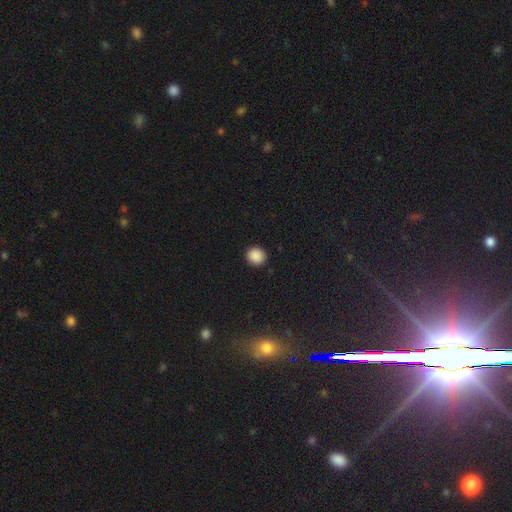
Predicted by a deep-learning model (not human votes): smooth_or_featured: smooth (p=0.88) [alt: star or artifact p=0.09]
how_rounded: round (p=0.92) [alt: in between p=0.07]
merging: none (p=0.92) [alt: minor disturbance p=0.05]